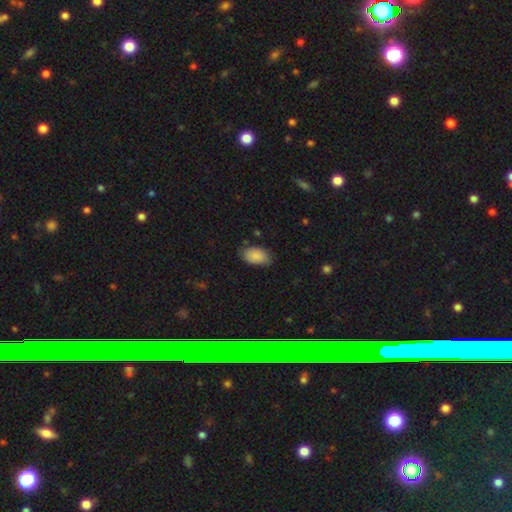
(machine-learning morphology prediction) smooth_or_featured: smooth (p=0.88) [alt: star or artifact p=0.06]
how_rounded: in between (p=0.93) [alt: round p=0.05]
merging: none (p=0.75) [alt: minor disturbance p=0.20]